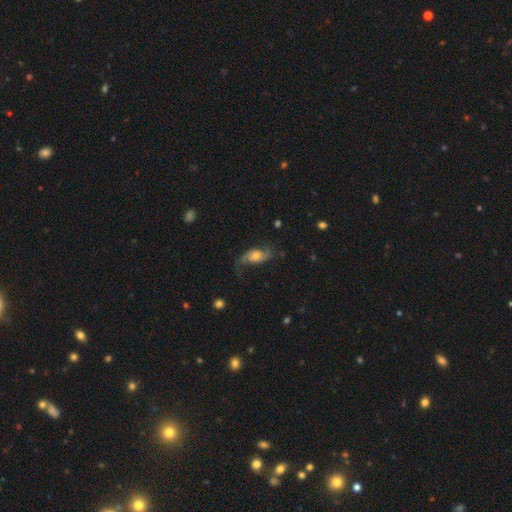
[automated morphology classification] Smooth or featured? Predicted: featured or disk (p=0.71). Edge-on disk? Predicted: no (p=0.94). Bar? Predicted: no (p=0.67). Spiral arms? Predicted: yes (p=0.92). Spiral winding? Predicted: loose (p=0.63). Spiral arm count? Predicted: 2 (p=0.89). Bulge size? Predicted: moderate (p=0.54). Merging? Predicted: none (p=0.65).